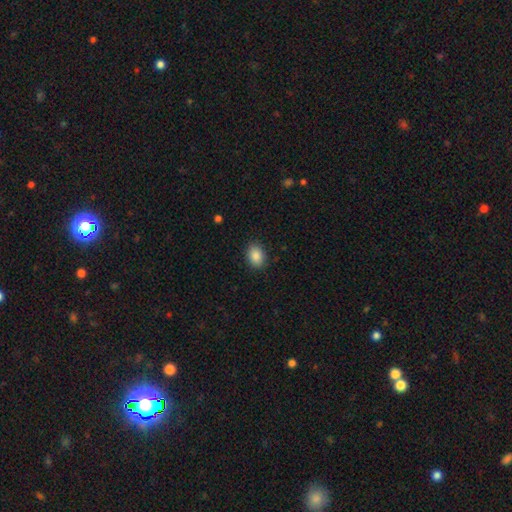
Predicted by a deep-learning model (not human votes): Smooth or featured: smooth — 88% (star or artifact — 8%)
How rounded: in between — 67% (round — 32%)
Merging: none — 88% (minor disturbance — 9%)